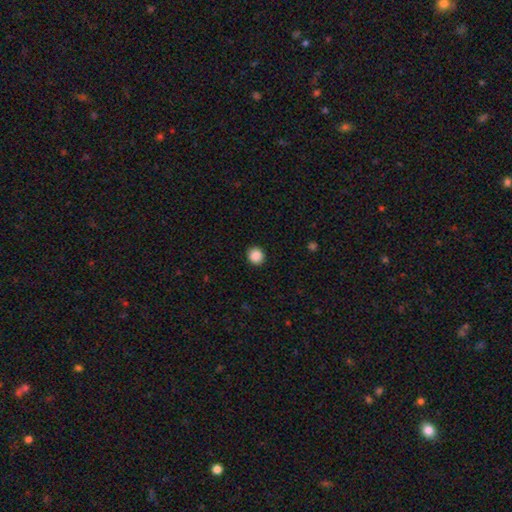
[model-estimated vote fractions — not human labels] This appears to be a smooth galaxy with no disk features (88%) that is round (86%). Merging: none (92%).